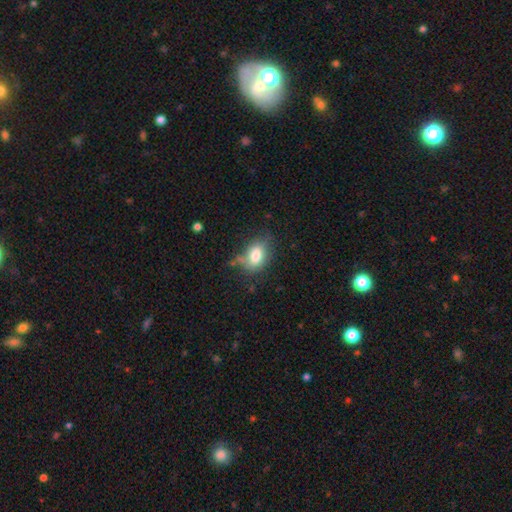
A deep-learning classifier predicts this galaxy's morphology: A smooth galaxy with no disk features (79%) that is in between round and cigar-shaped (81%).

Vote fractions:
- Smooth or featured? smooth: 79% / featured or disk: 12% / star or artifact: 9%
- How rounded? in between: 81% / round: 17% / cigar-shaped: 2%
- Merging? none: 58% / minor disturbance: 28% / major disturbance: 9% / merger: 6%